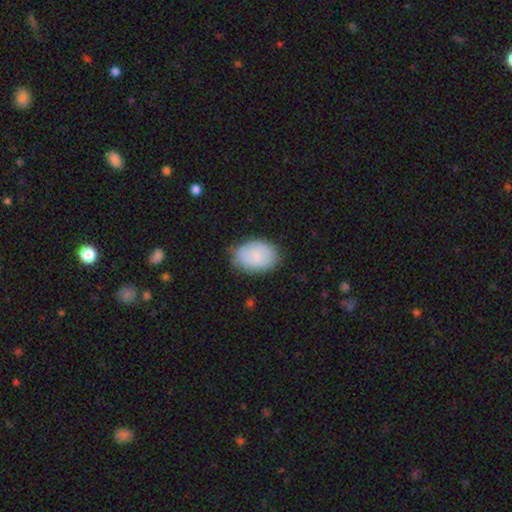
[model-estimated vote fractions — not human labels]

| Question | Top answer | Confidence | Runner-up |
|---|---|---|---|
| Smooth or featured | smooth | 78% | featured or disk (15%) |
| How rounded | in between | 82% | round (17%) |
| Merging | none | 71% | minor disturbance (22%) |